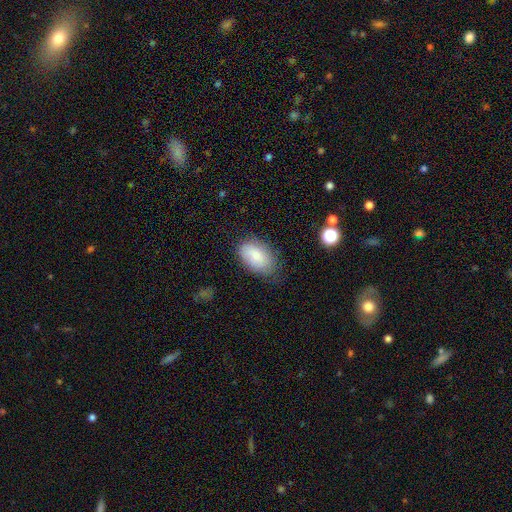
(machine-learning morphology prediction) This appears to be a smooth galaxy with no disk features (80%) that is in between round and cigar-shaped (91%). Merging: none (69%).